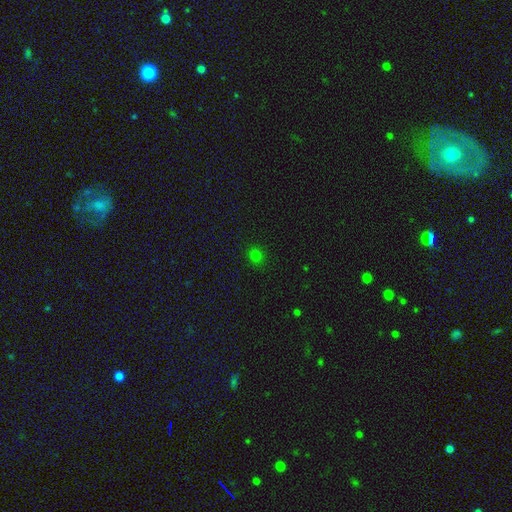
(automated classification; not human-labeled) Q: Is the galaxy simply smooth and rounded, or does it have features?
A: smooth — 76%.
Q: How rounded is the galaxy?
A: round — 85%.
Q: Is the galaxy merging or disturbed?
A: none — 89%.